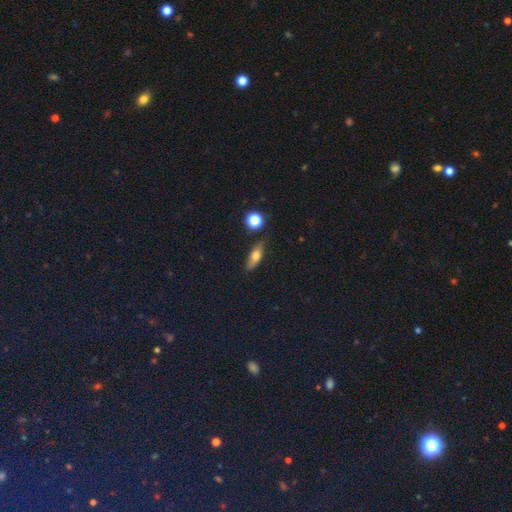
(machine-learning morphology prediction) type=smooth (60%); roundness=in between (56%); merging=none (81%).